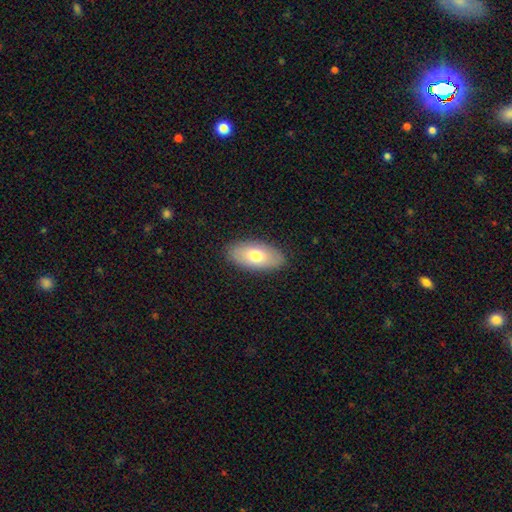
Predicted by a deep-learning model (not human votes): Smooth or featured? Predicted: smooth (p=0.72). How rounded? Predicted: in between (p=0.93). Merging? Predicted: none (p=0.88).